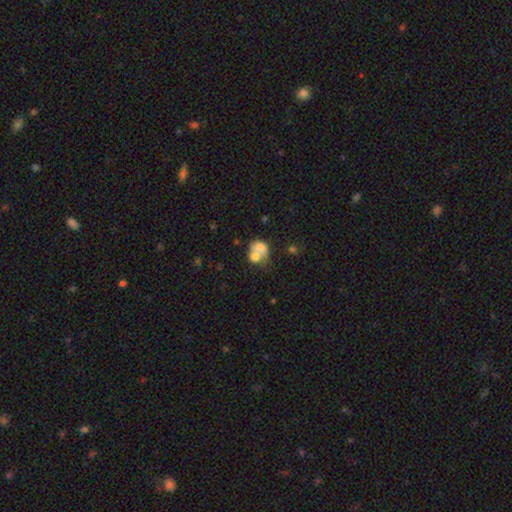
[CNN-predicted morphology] smooth_or_featured: smooth (p=0.67) [alt: featured or disk p=0.23]
how_rounded: round (p=0.53) [alt: in between p=0.46]
merging: merger (p=0.66) [alt: none p=0.19]